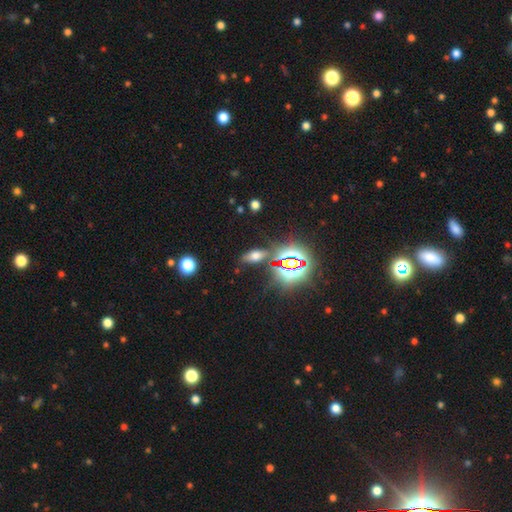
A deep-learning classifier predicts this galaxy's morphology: smooth-or-featured: smooth: 53% | star or artifact: 32% | featured or disk: 15%
  how-rounded: in between: 75% | cigar-shaped: 17% | round: 8%
  merging: none: 79% | minor disturbance: 12% | merger: 5% | major disturbance: 5%